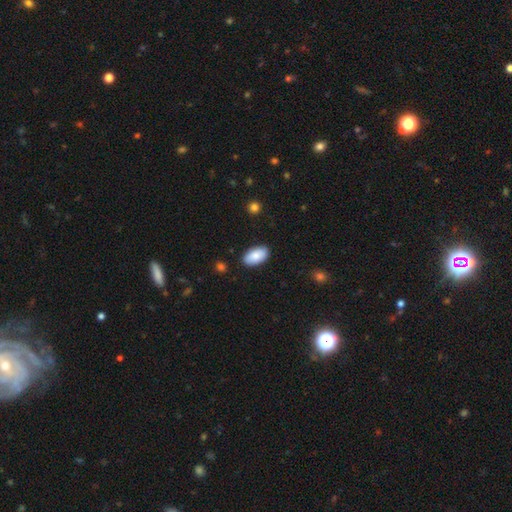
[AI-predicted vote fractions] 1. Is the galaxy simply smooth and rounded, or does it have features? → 85% smooth, 9% featured or disk, 6% star or artifact.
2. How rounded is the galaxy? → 95% in between, 3% round, 2% cigar-shaped.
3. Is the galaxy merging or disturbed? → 88% none, 9% minor disturbance, 2% major disturbance, 1% merger.